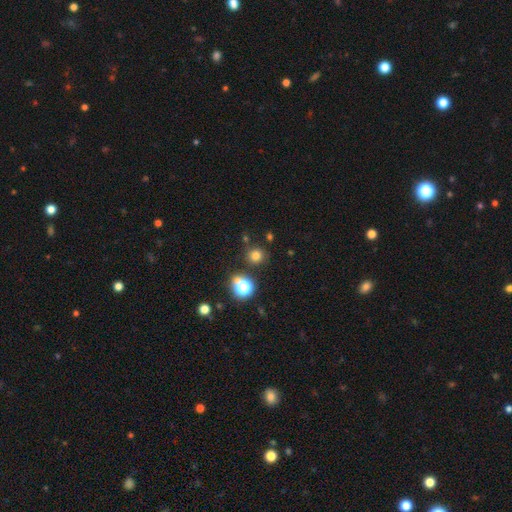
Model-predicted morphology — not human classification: Smooth or featured: smooth — 73% (star or artifact — 21%)
How rounded: round — 92% (in between — 7%)
Merging: none — 83% (minor disturbance — 8%)